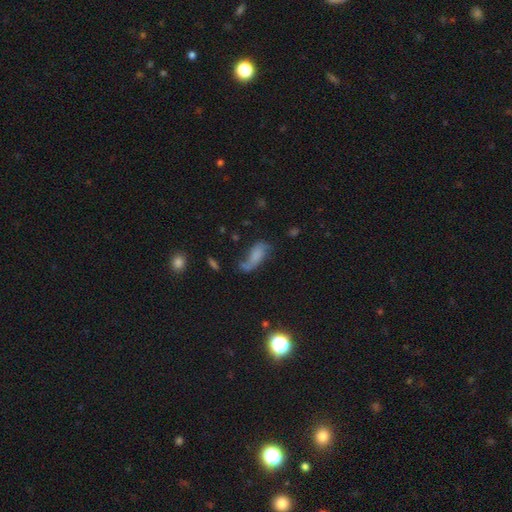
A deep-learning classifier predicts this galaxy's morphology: Q: Smooth or featured?
A: smooth (53%); runner-up: featured or disk (33%)
Q: How rounded?
A: in between (70%); runner-up: cigar-shaped (24%)
Q: Merging?
A: none (39%); runner-up: minor disturbance (26%)